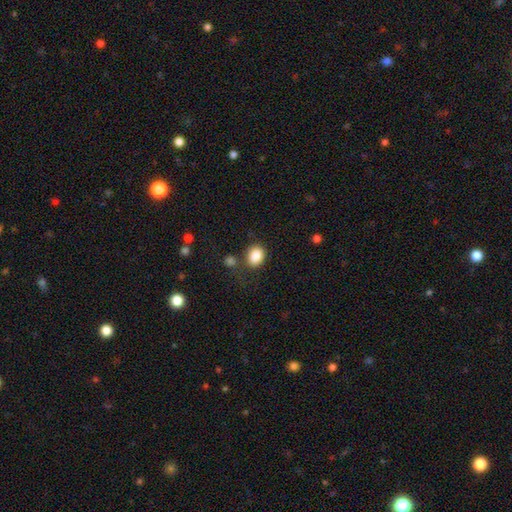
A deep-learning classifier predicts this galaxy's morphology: smooth_or_featured: smooth (p=0.86) [alt: star or artifact p=0.09]
how_rounded: in between (p=0.52) [alt: round p=0.47]
merging: none (p=0.72) [alt: minor disturbance p=0.14]